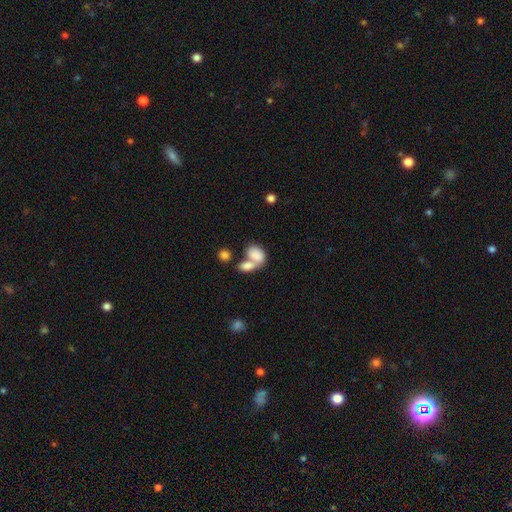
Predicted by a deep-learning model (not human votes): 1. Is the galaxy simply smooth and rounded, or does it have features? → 79% smooth, 13% featured or disk, 8% star or artifact.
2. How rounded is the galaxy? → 86% in between, 12% round, 2% cigar-shaped.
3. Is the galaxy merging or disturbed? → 64% merger, 22% none, 8% minor disturbance, 6% major disturbance.